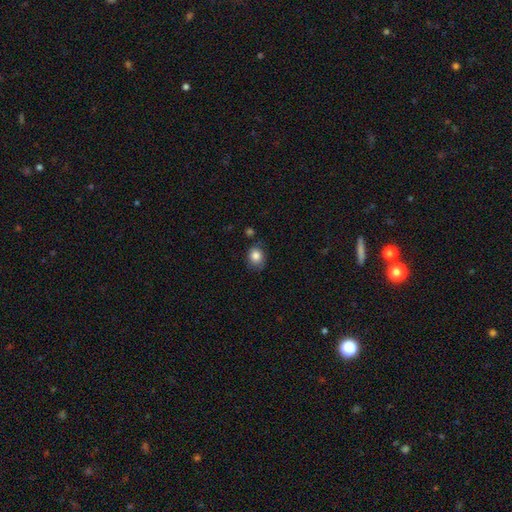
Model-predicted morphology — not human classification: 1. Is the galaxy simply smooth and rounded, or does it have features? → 84% smooth, 9% star or artifact, 7% featured or disk.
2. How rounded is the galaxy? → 55% round, 44% in between, 1% cigar-shaped.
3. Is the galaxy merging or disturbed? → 71% none, 21% minor disturbance, 4% major disturbance, 3% merger.